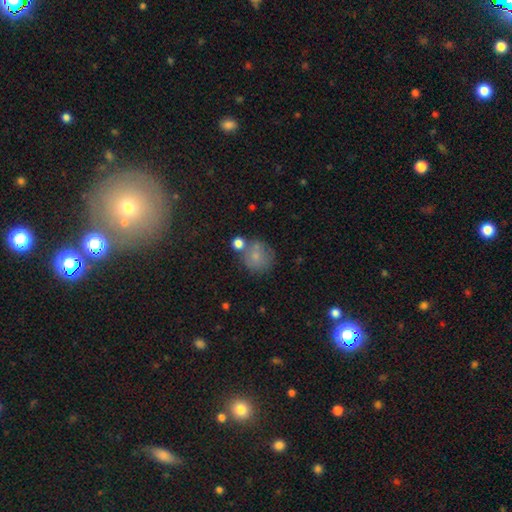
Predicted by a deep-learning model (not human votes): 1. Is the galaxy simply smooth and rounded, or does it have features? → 72% smooth, 17% featured or disk, 11% star or artifact.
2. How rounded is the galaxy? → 85% round, 14% in between, 1% cigar-shaped.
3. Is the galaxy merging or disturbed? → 55% none, 19% merger, 18% minor disturbance, 8% major disturbance.